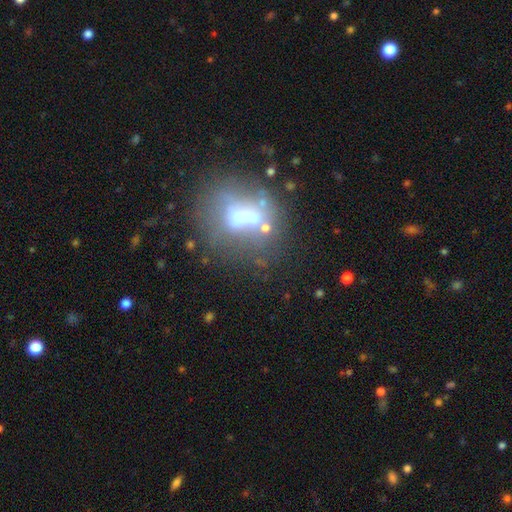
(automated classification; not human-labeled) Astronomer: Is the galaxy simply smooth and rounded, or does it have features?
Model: smooth — 40% (runner-up: featured or disk, 37%).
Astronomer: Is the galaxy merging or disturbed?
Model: none — 56%.